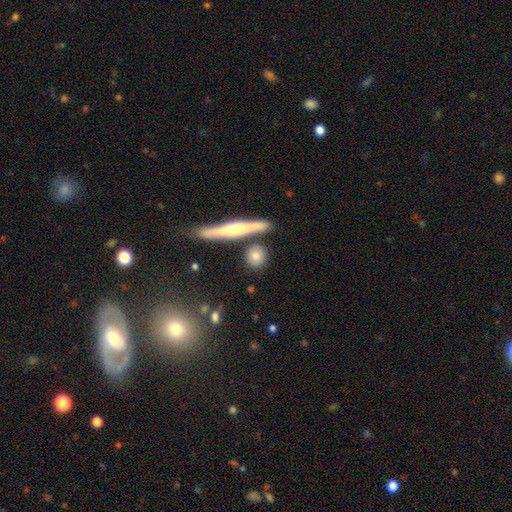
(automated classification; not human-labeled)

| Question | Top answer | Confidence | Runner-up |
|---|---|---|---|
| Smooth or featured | smooth | 76% | featured or disk (17%) |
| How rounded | round | 69% | in between (18%) |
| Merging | none | 79% | minor disturbance (9%) |